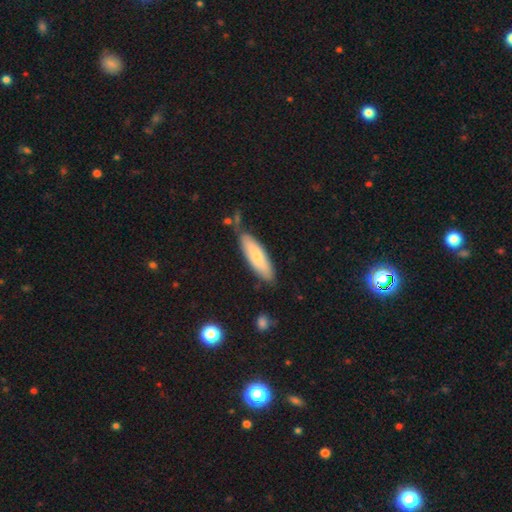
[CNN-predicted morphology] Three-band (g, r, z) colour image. It shows a smooth galaxy with no disk features (55%) that is cigar-shaped (70%). Merging: none (76%).